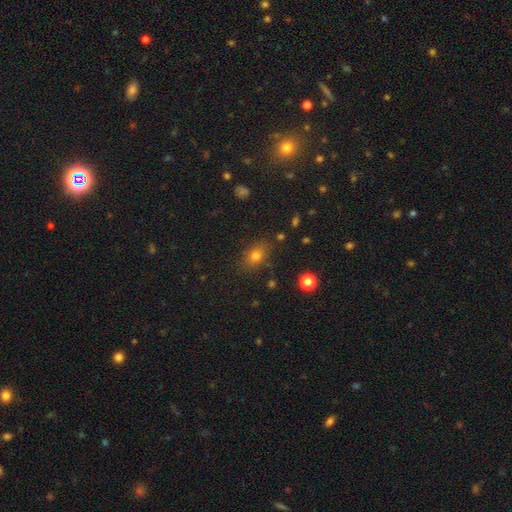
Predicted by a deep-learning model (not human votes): Smooth or featured?
  - smooth: 74% *
  - star or artifact: 15%
  - featured or disk: 11%
How rounded?
  - in between: 71% *
  - round: 25%
  - cigar-shaped: 4%
Merging?
  - none: 81% *
  - minor disturbance: 13%
  - major disturbance: 4%
  - merger: 3%